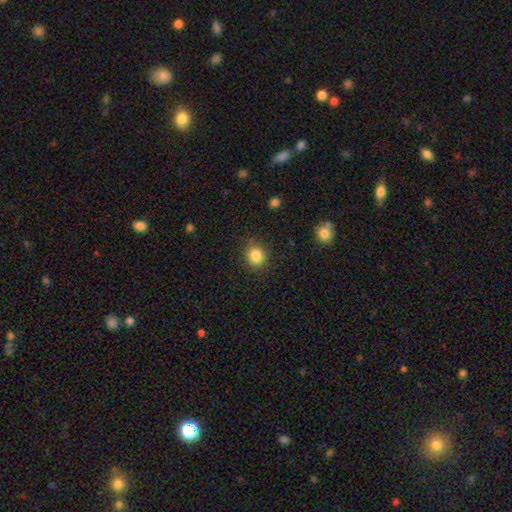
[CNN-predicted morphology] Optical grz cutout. It shows a smooth galaxy with no disk features (85%) that is round (79%). Merging: none (85%).